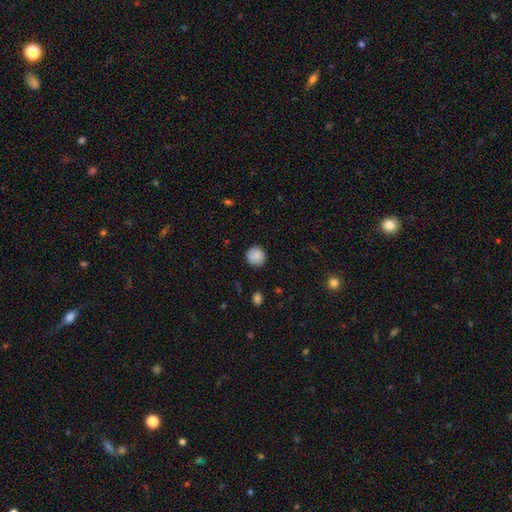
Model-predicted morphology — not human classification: smooth 87%, star or artifact 8%, featured or disk 5%. Down the decision tree: how rounded — round (93%); merging — none (89%).